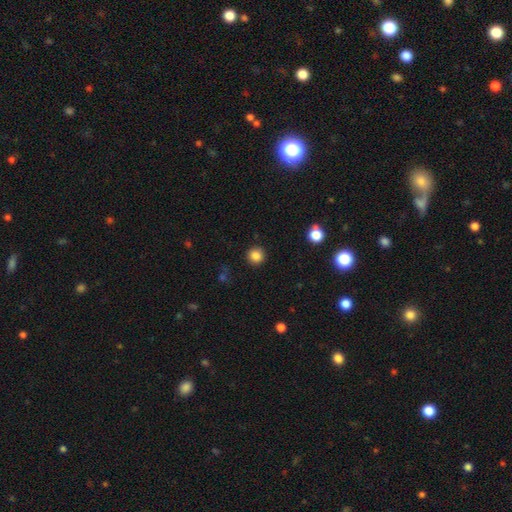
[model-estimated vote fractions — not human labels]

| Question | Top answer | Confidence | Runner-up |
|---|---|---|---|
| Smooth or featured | smooth | 85% | star or artifact (11%) |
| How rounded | round | 92% | in between (7%) |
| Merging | none | 91% | minor disturbance (6%) |